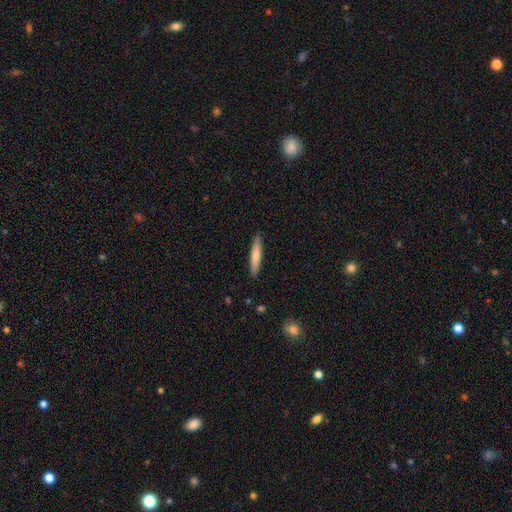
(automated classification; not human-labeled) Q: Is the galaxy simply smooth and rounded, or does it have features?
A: smooth — 68%.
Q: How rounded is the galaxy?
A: cigar-shaped — 90%.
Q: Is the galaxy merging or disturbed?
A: none — 90%.